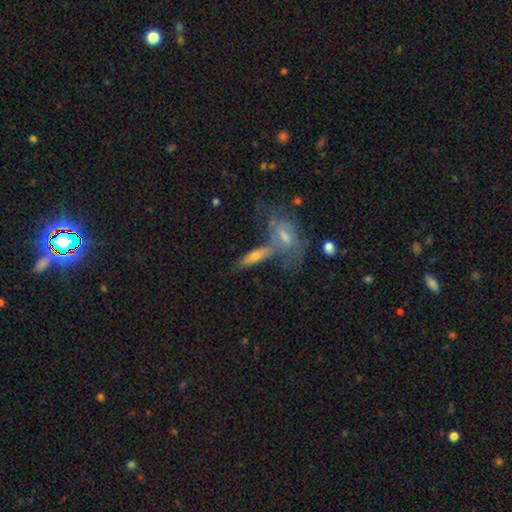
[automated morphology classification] A featured or disk galaxy (50%).

Vote fractions:
- Smooth or featured? featured or disk: 50% / smooth: 41% / star or artifact: 9%
- Edge-on disk? no: 53% / yes: 47%
- Merging? merger: 42% / none: 36% / minor disturbance: 14% / major disturbance: 9%